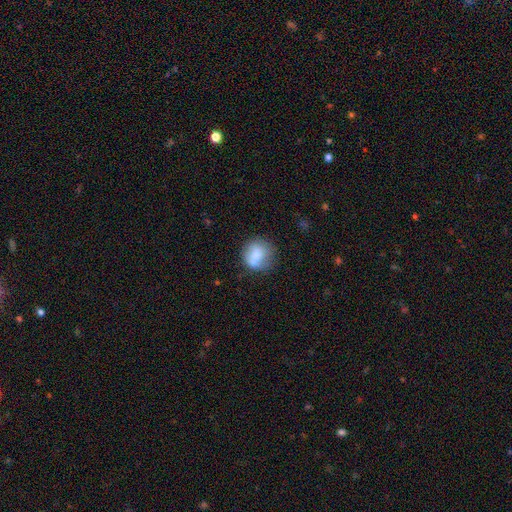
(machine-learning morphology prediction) A smooth galaxy with no disk features (74%) that is round (81%). Merging: none (60%).